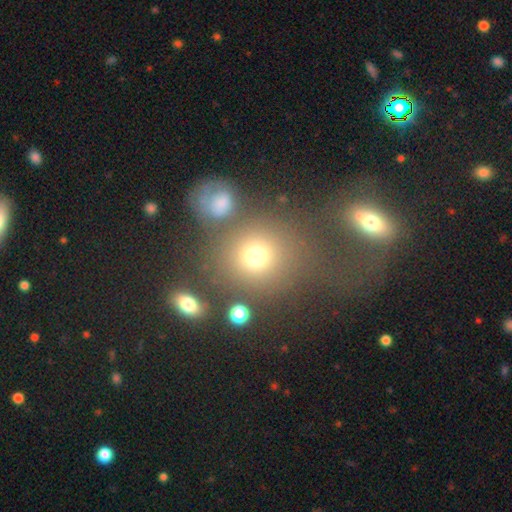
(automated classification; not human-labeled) The model was most divided on "merging": none: 64%, merger: 17%, minor disturbance: 12%, major disturbance: 8%. More confident: how rounded — round (83%); smooth or featured — smooth (74%).